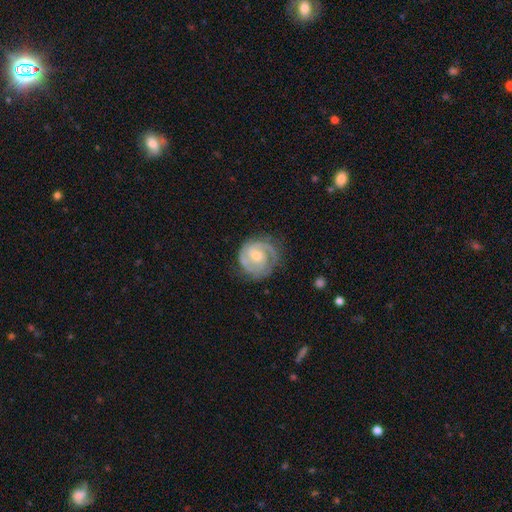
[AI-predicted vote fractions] Smooth or featured?
  - featured or disk: 86% *
  - smooth: 10%
  - star or artifact: 4%
Edge-on disk?
  - no: 98% *
  - yes: 2%
Bar?
  - no: 54% *
  - weak: 38%
  - strong: 8%
Spiral arms?
  - yes: 97% *
  - no: 3%
Spiral winding?
  - tight: 66% *
  - medium: 29%
  - loose: 5%
Spiral arm count?
  - 2: 54% *
  - 3: 19%
  - can't tell: 14%
  - 1: 7%
  - 4: 3%
  - more than 4: 3%
Bulge size?
  - small: 58% *
  - moderate: 37%
  - none: 2%
  - large: 2%
  - dominant: 1%
Merging?
  - none: 73% *
  - minor disturbance: 18%
  - major disturbance: 8%
  - merger: 1%